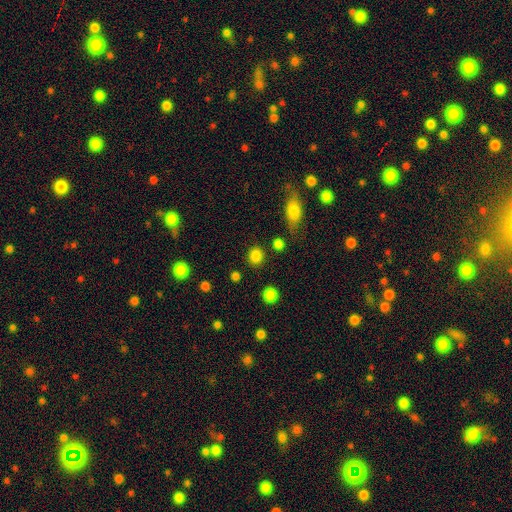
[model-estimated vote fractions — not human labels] smooth_or_featured: smooth (p=0.85) [alt: star or artifact p=0.11]
how_rounded: round (p=0.81) [alt: in between p=0.18]
merging: none (p=0.86) [alt: minor disturbance p=0.07]